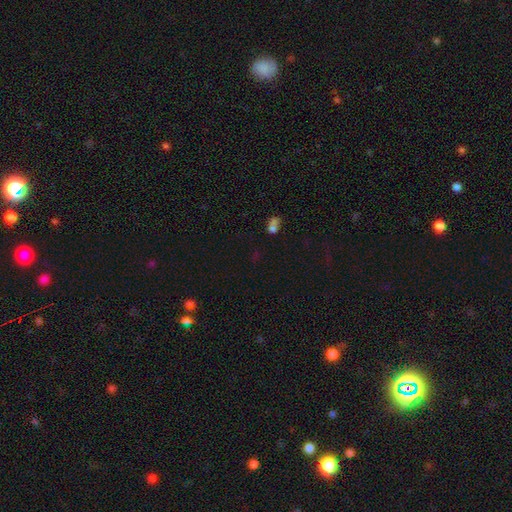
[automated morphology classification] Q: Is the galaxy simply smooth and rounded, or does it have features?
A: star or artifact — 44%.